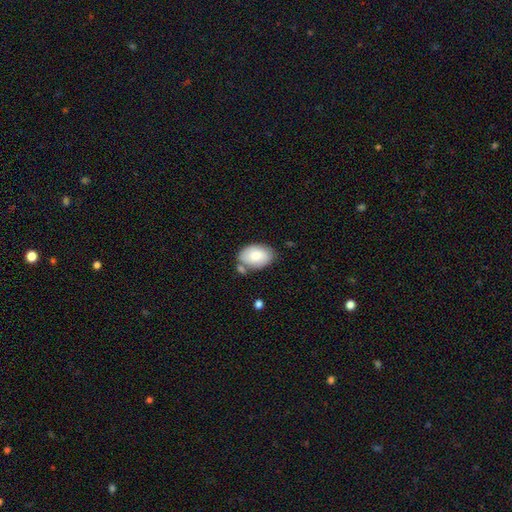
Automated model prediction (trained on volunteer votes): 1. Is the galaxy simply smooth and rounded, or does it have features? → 80% smooth, 14% featured or disk, 6% star or artifact.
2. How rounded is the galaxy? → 89% in between, 10% round, 1% cigar-shaped.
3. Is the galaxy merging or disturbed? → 63% none, 20% minor disturbance, 12% merger, 5% major disturbance.